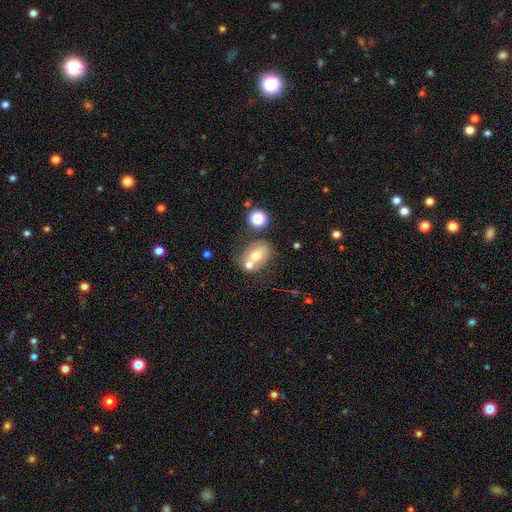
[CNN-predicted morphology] smooth-or-featured: smooth: 62% | featured or disk: 26% | star or artifact: 12%
  how-rounded: in between: 56% | round: 43% | cigar-shaped: 1%
  merging: none: 46% | merger: 36% | minor disturbance: 13% | major disturbance: 5%